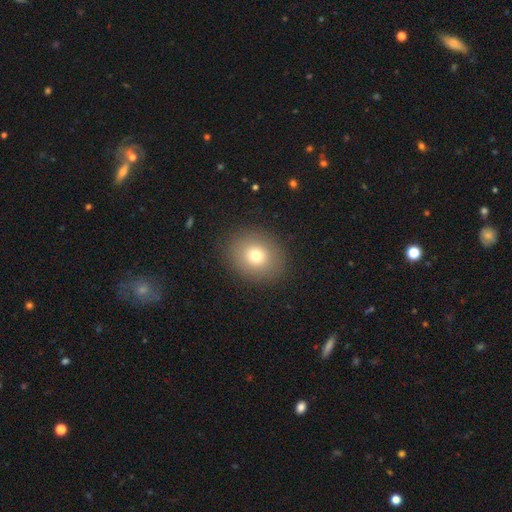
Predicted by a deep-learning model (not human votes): Smooth or featured?
  - smooth: 76% *
  - star or artifact: 12%
  - featured or disk: 12%
How rounded?
  - round: 70% *
  - in between: 29%
  - cigar-shaped: 1%
Merging?
  - none: 89% *
  - minor disturbance: 7%
  - major disturbance: 3%
  - merger: 1%